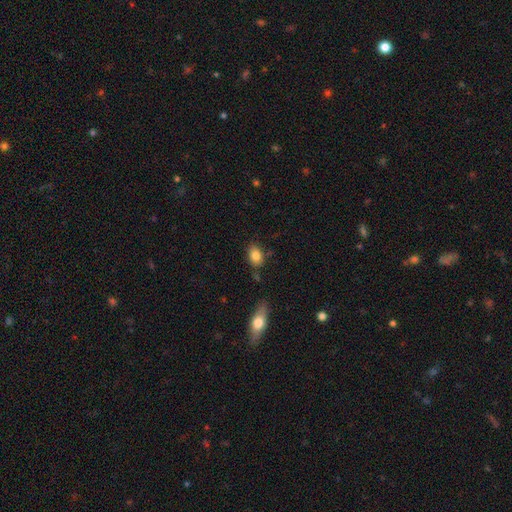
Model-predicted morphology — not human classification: smooth_or_featured: smooth (p=0.84) [alt: featured or disk p=0.08]
how_rounded: in between (p=0.81) [alt: round p=0.17]
merging: none (p=0.78) [alt: minor disturbance p=0.14]